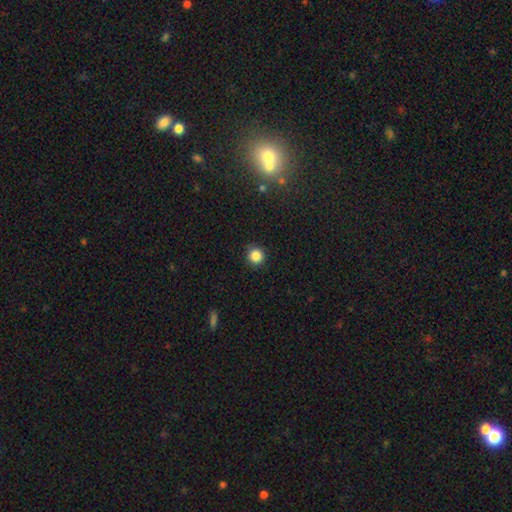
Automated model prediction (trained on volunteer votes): Morphology: type=smooth (85%); roundness=round (95%); merging=none (90%).